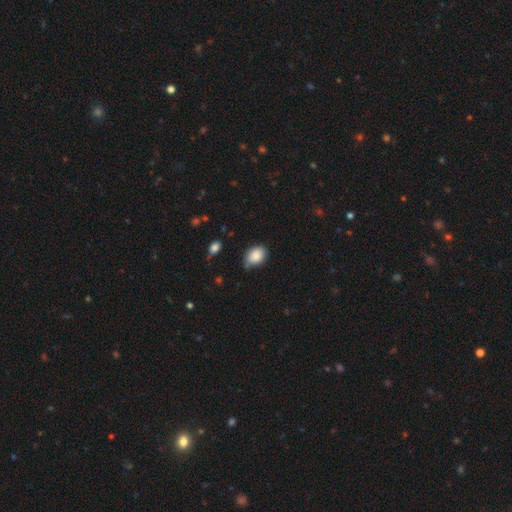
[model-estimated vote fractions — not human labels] smooth 87%, star or artifact 8%, featured or disk 5%. Down the decision tree: how rounded — in between (75%); merging — none (60%).